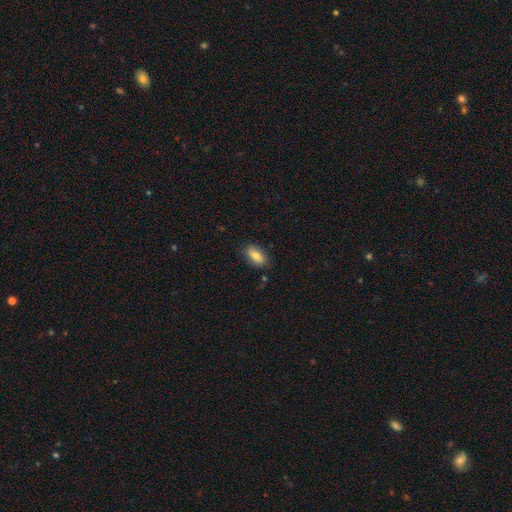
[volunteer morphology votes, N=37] Smooth or featured? smooth (78%)
How rounded? in between (86%)
Merging? none (69%)